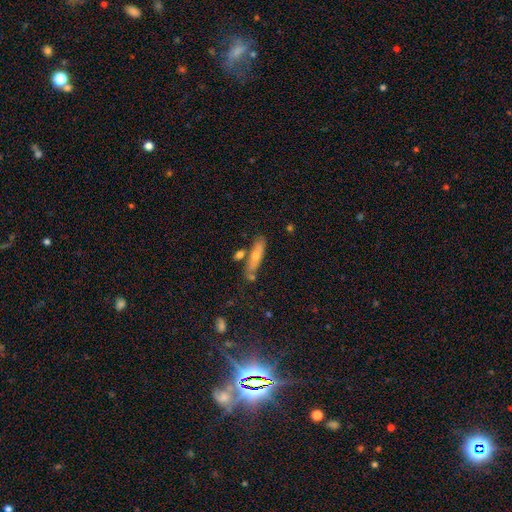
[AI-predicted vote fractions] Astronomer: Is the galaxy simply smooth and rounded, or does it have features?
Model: smooth — 54% (runner-up: featured or disk, 38%).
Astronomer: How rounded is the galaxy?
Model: cigar-shaped — 72%.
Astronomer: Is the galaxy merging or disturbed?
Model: none — 69%.